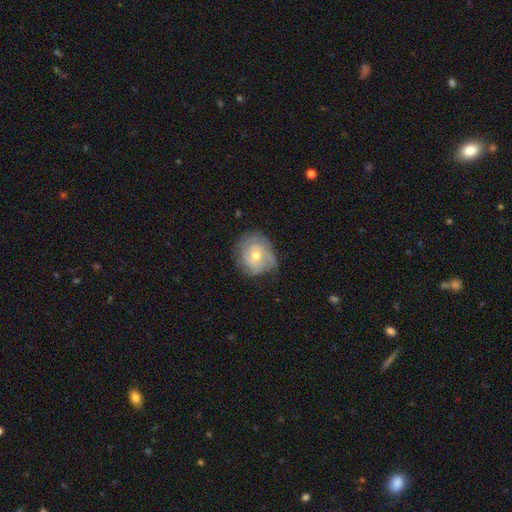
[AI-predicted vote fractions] Q: Smooth or featured?
A: featured or disk (64%); runner-up: smooth (29%)
Q: Edge-on disk?
A: no (97%); runner-up: yes (3%)
Q: Bar?
A: no (79%); runner-up: weak (18%)
Q: Spiral arms?
A: yes (84%); runner-up: no (16%)
Q: Spiral winding?
A: tight (58%); runner-up: medium (31%)
Q: Spiral arm count?
A: can't tell (34%); runner-up: 2 (25%)
Q: Bulge size?
A: moderate (62%); runner-up: small (34%)
Q: Merging?
A: none (60%); runner-up: minor disturbance (28%)